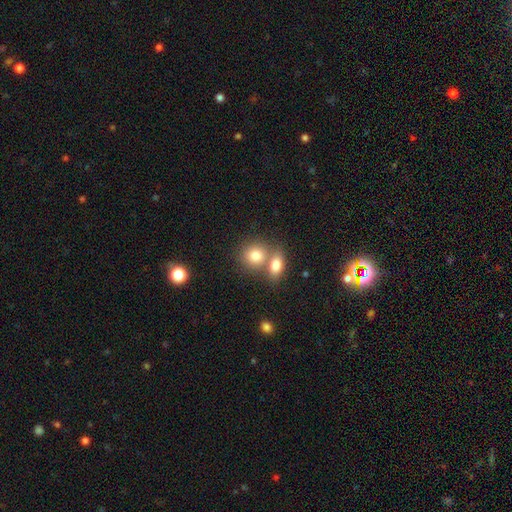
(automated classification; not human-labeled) This is clearly a smooth galaxy (80%). How rounded: likely round (68%). Merging: possibly merger (50%).